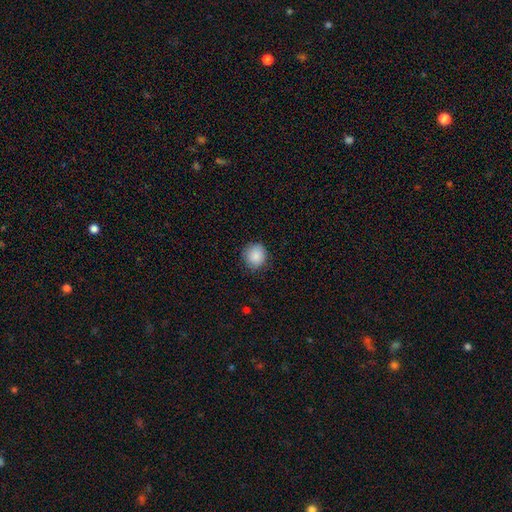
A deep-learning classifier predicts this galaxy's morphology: Smooth or featured?
  - smooth: 88% *
  - star or artifact: 8%
  - featured or disk: 4%
How rounded?
  - round: 88% *
  - in between: 11%
  - cigar-shaped: 1%
Merging?
  - none: 84% *
  - minor disturbance: 12%
  - major disturbance: 3%
  - merger: 1%